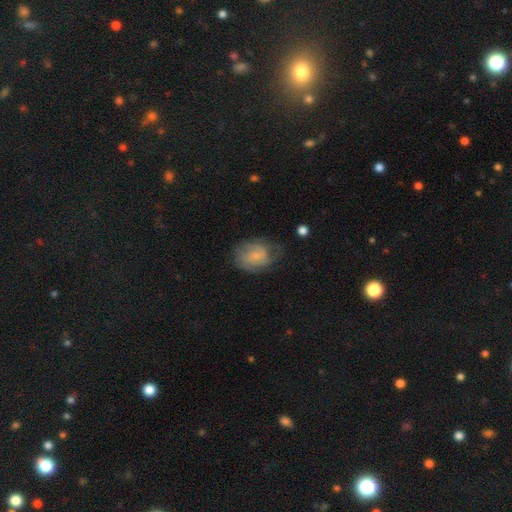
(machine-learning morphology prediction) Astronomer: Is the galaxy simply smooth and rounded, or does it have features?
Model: featured or disk — 64%.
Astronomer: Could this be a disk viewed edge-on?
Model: no — 98%.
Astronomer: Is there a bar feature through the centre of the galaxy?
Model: no — 52% (runner-up: weak, 41%).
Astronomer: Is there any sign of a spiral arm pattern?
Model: yes — 91%.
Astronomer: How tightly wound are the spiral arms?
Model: tight — 47% (runner-up: medium, 40%).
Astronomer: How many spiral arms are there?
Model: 2 — 39% (runner-up: can't tell, 29%).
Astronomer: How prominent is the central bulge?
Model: small — 45% (runner-up: none, 34%).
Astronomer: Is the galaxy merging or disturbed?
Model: none — 65%.